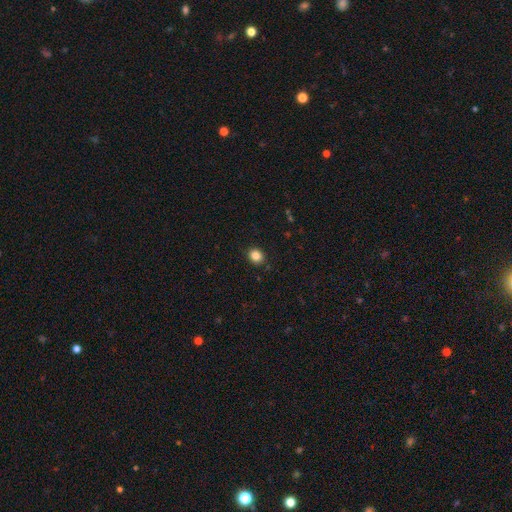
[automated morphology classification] smooth_or_featured: smooth (p=0.85) [alt: star or artifact p=0.11]
how_rounded: round (p=0.67) [alt: in between p=0.32]
merging: none (p=0.90) [alt: minor disturbance p=0.07]